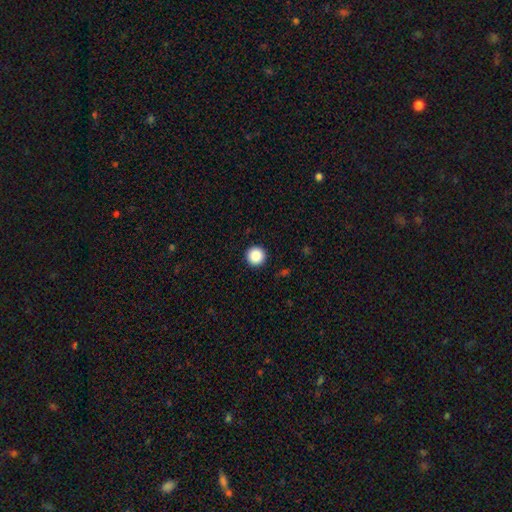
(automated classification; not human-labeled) The model was most divided on "smooth or featured": smooth: 89%, star or artifact: 9%, featured or disk: 3%. More confident: how rounded — round (97%); merging — none (93%).